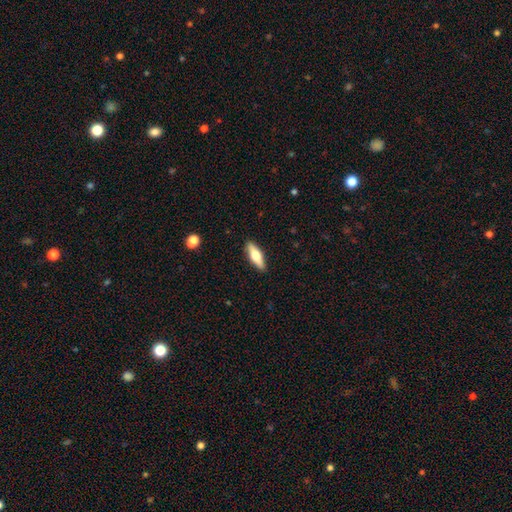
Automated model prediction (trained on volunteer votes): This is possibly a smooth galaxy (57%). How rounded: possibly cigar-shaped (49%). Merging: clearly none (89%).